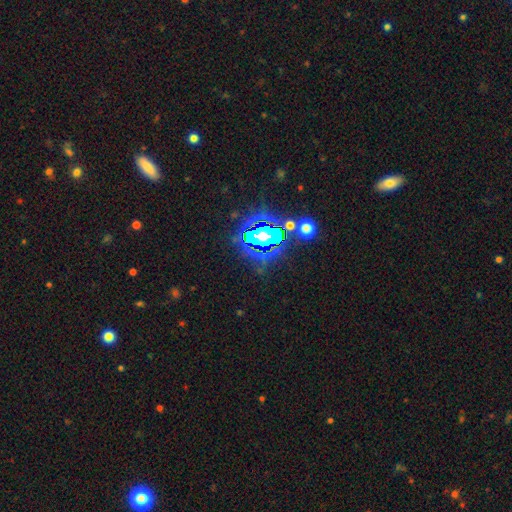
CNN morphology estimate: This appears to be a star or artifact, not a galaxy (82%).